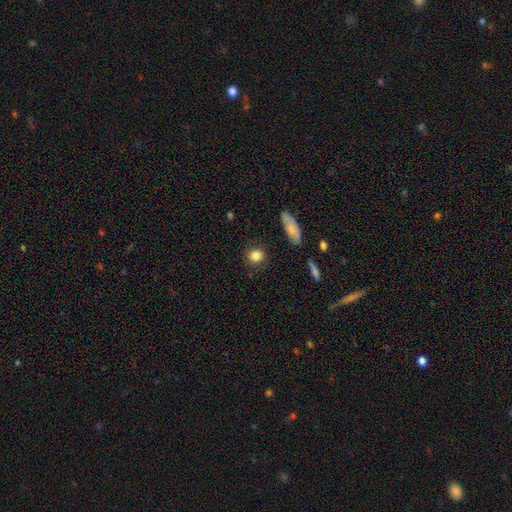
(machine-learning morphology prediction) A smooth galaxy with no disk features (85%) that is round (81%). Merging: none (86%).